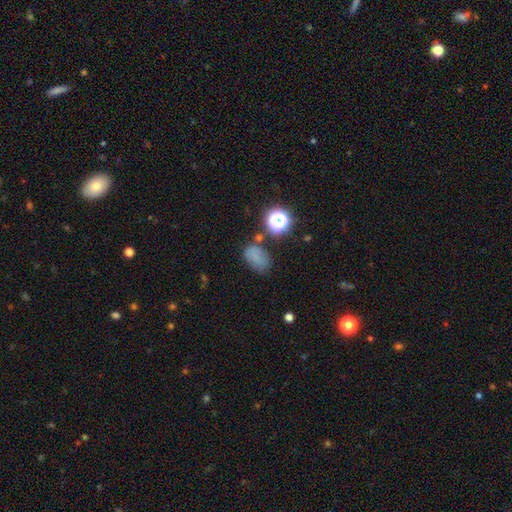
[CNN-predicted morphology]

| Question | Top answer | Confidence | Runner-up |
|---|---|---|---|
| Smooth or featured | smooth | 64% | star or artifact (23%) |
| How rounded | in between | 74% | round (25%) |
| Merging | none | 62% | minor disturbance (22%) |